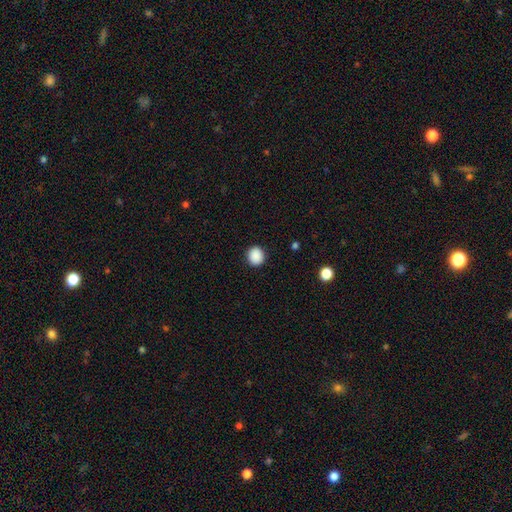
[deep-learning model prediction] A smooth galaxy with no disk features (89%) that is round (78%). Merging: none (91%).